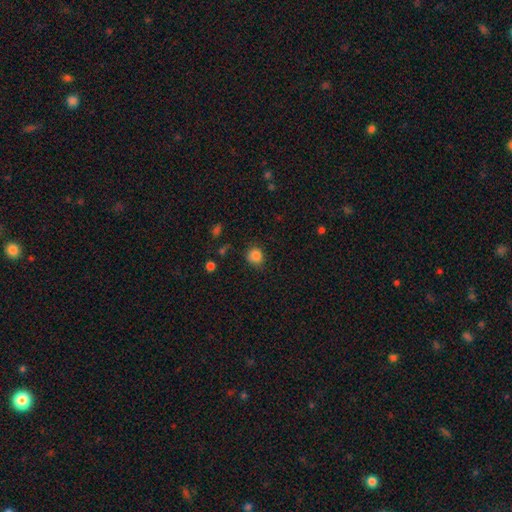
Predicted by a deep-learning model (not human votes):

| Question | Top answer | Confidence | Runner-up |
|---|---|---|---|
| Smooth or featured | smooth | 85% | star or artifact (11%) |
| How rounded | round | 86% | in between (13%) |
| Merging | none | 81% | minor disturbance (14%) |